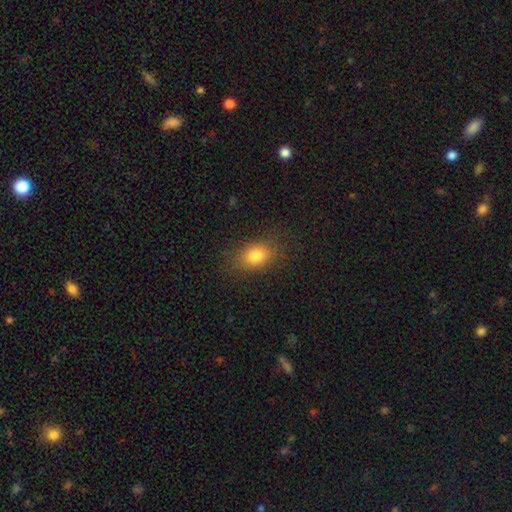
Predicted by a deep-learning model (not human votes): The model was most divided on "how rounded": in between: 75%, round: 23%, cigar-shaped: 2%. More confident: merging — none (84%); smooth or featured — smooth (81%).